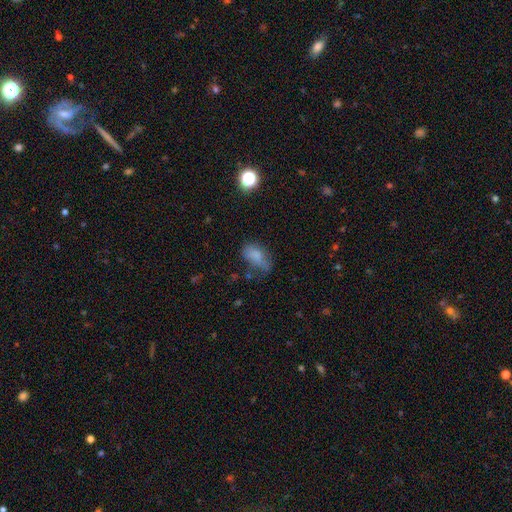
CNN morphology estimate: smooth 75%, featured or disk 13%, star or artifact 12%. Down the decision tree: how rounded — in between (87%); merging — none (41%).